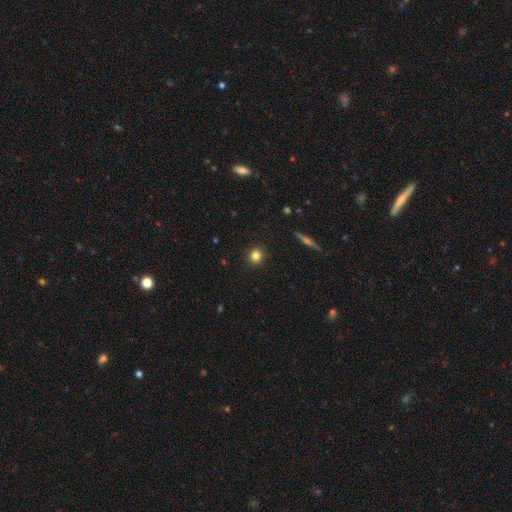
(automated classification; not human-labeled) Overall: smooth (81%). How rounded: round (91%). Merging: none (91%).